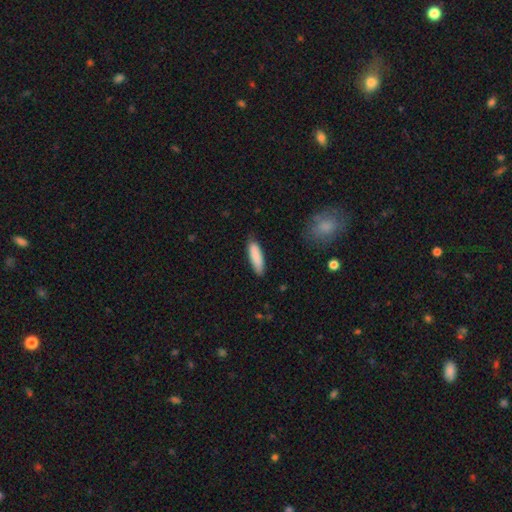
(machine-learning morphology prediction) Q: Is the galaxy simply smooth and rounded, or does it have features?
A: smooth — 88%.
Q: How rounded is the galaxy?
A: cigar-shaped — 62%.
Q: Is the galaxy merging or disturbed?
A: none — 82%.